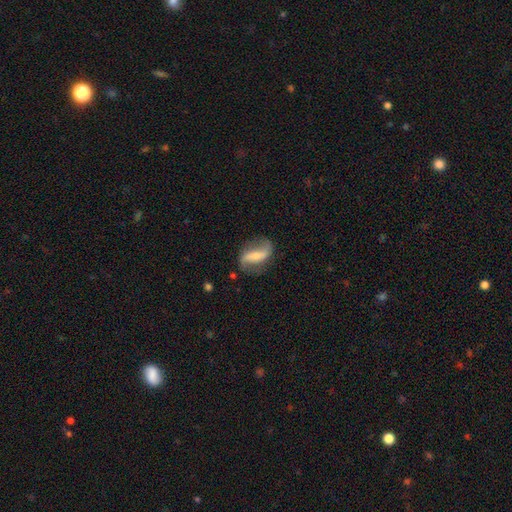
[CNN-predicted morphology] Smooth or featured? featured or disk (77%)
Edge-on disk? no (93%)
Bar? strong (54%)
Spiral arms? yes (90%)
Spiral winding? loose (71%)
Spiral arm count? 2 (90%)
Bulge size? small (52%)
Merging? none (75%)